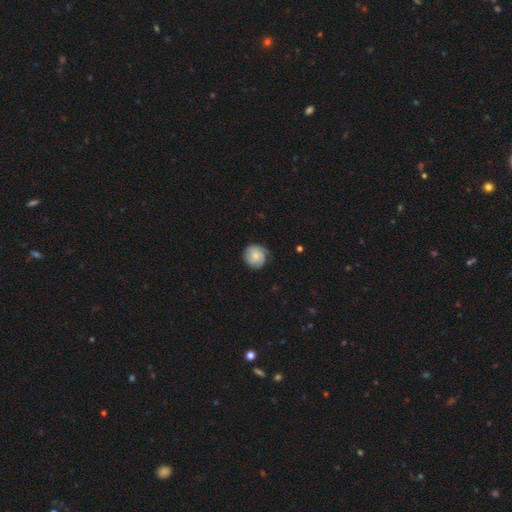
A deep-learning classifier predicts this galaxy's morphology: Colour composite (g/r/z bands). It shows a smooth galaxy with no disk features (57%) that is round (90%). Merging: none (74%).